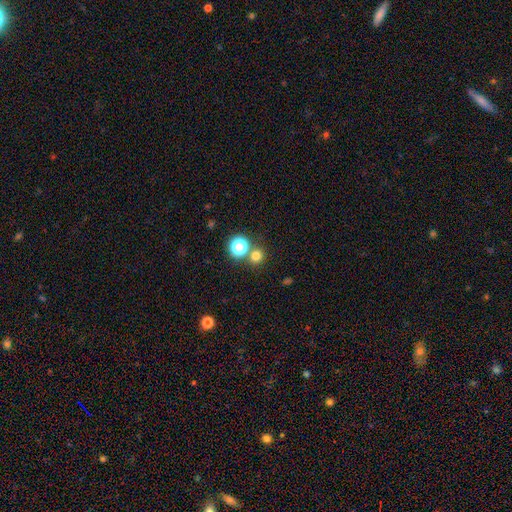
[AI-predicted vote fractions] Morphology: type=smooth (73%); roundness=round (90%); merging=none (74%).